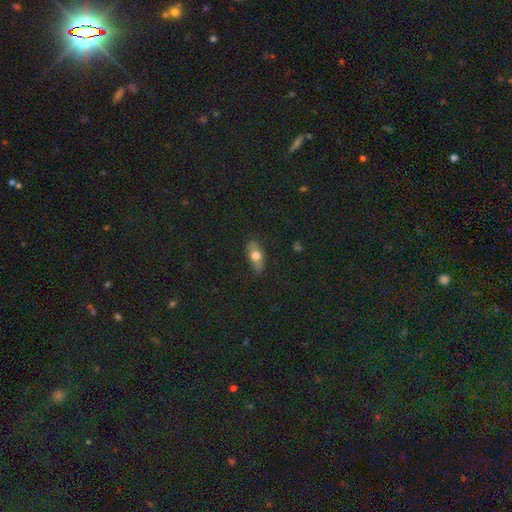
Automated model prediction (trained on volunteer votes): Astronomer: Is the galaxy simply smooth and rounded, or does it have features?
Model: smooth — 64%.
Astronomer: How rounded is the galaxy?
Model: in between — 79%.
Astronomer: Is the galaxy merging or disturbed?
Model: none — 85%.